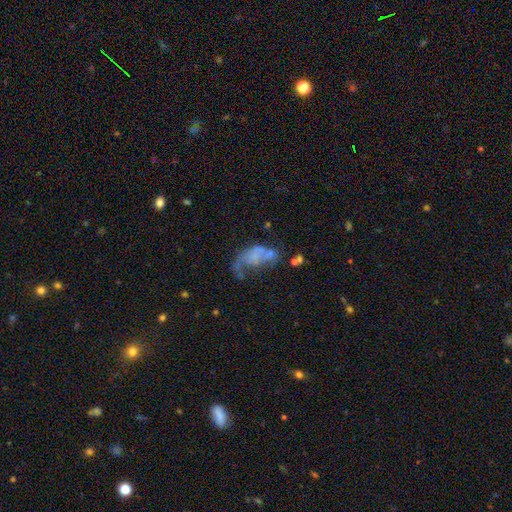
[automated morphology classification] smooth-or-featured: featured or disk: 54% | smooth: 33% | star or artifact: 14%
  disk-edge-on: no: 97% | yes: 3%
    bar: no: 90% | weak: 8% | strong: 2%
    has-spiral-arms: no: 77% | yes: 23%
    bulge-size: none: 70% | small: 18% | moderate: 8% | large: 3% | dominant: 2%
  merging: major disturbance: 43% | none: 22% | merger: 19% | minor disturbance: 15%